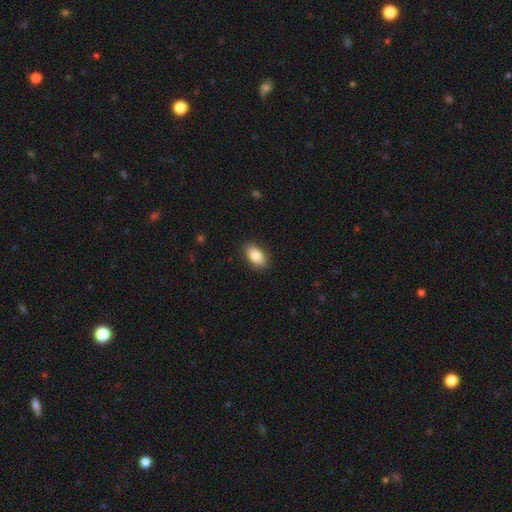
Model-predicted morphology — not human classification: Q: Smooth or featured?
A: smooth (85%); runner-up: featured or disk (8%)
Q: How rounded?
A: in between (92%); runner-up: round (6%)
Q: Merging?
A: none (88%); runner-up: minor disturbance (9%)